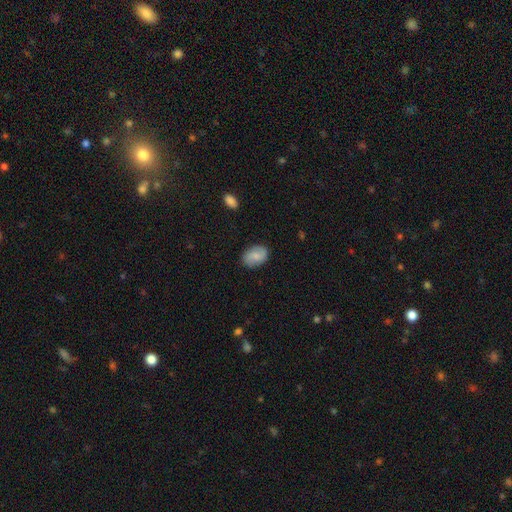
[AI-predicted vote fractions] Overall: smooth (64%; featured or disk 29%). How rounded: in between (80%). Merging: none (82%).